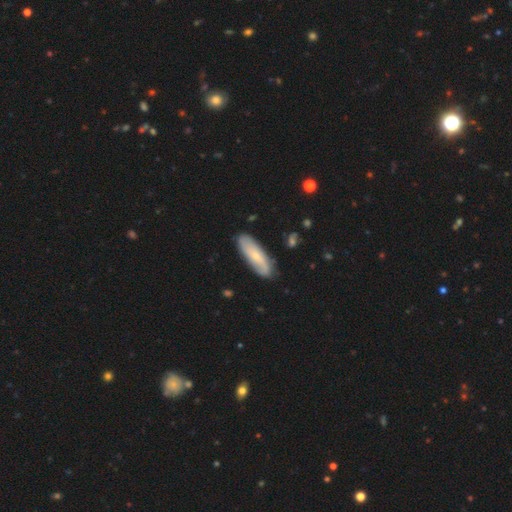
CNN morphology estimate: Smooth or featured: smooth — 48% (featured or disk — 46%)
Merging: none — 81% (minor disturbance — 14%)